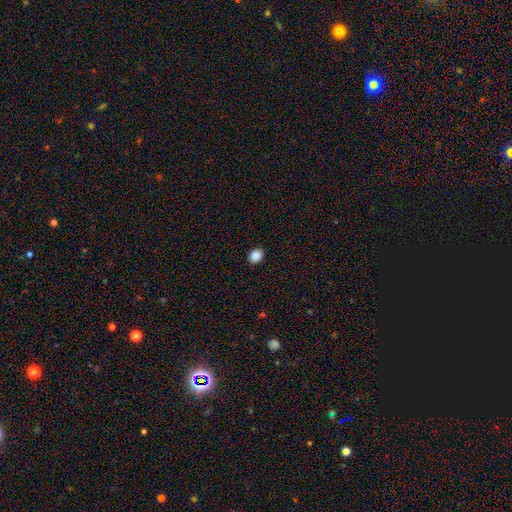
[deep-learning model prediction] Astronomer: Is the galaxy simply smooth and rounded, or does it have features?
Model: smooth — 88%.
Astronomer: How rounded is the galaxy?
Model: in between — 53% (runner-up: round, 46%).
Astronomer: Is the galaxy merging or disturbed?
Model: none — 90%.